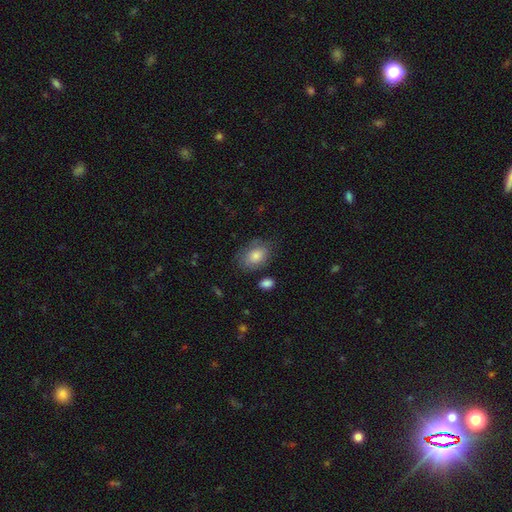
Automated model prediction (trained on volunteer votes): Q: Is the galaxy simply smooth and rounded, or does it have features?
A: smooth — 80%.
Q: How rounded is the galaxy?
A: in between — 81%.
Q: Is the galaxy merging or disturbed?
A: none — 69%.